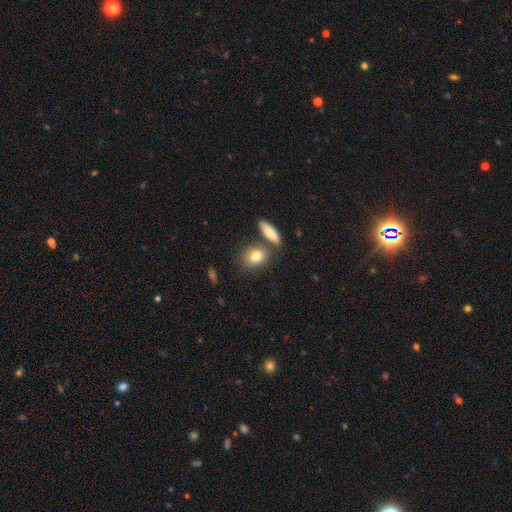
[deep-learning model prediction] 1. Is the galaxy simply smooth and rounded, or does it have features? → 81% smooth, 12% featured or disk, 7% star or artifact.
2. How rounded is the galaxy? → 64% in between, 29% round, 6% cigar-shaped.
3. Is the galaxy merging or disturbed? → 66% none, 19% merger, 12% minor disturbance, 4% major disturbance.